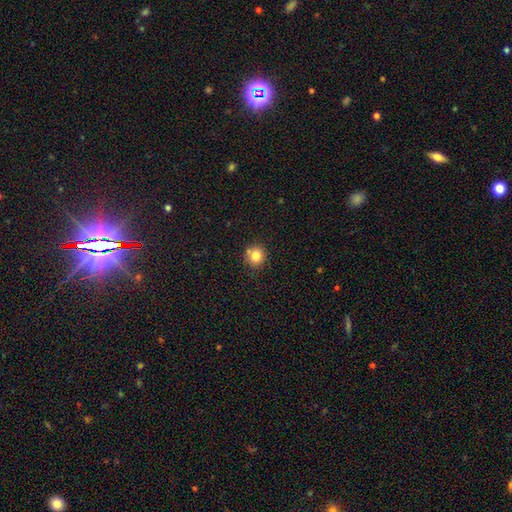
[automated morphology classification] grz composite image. It shows a smooth galaxy with no disk features (82%) that is round (89%). Merging: none (75%).